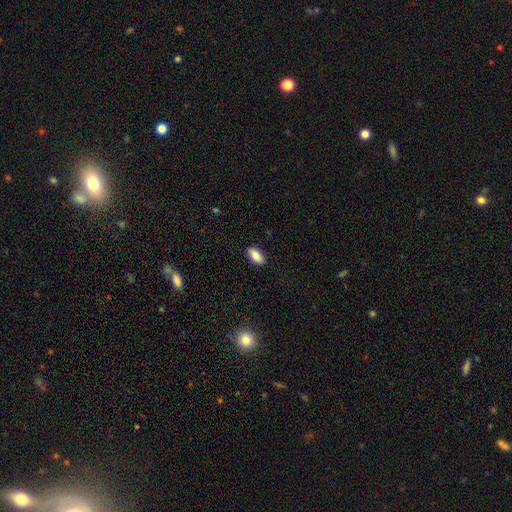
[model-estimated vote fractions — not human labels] A smooth galaxy with no disk features (83%) that is in between round and cigar-shaped (92%). Merging: none (89%).